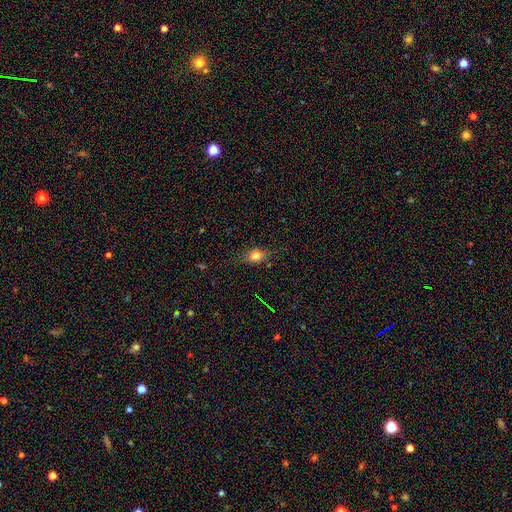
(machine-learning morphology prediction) A smooth galaxy with no disk features (70%) that is in between round and cigar-shaped (67%).

Vote fractions:
- Smooth or featured? smooth: 70% / featured or disk: 16% / star or artifact: 13%
- How rounded? in between: 67% / round: 26% / cigar-shaped: 7%
- Merging? none: 72% / minor disturbance: 20% / major disturbance: 6% / merger: 2%